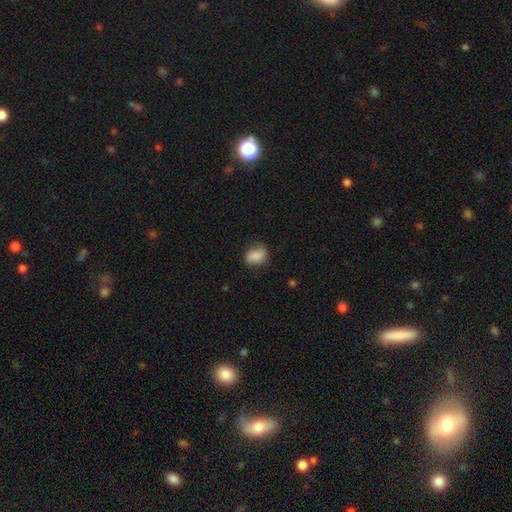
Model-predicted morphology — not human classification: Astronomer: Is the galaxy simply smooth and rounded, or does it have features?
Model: smooth — 81%.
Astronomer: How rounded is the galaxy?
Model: in between — 72%.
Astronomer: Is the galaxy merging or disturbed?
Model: none — 69%.